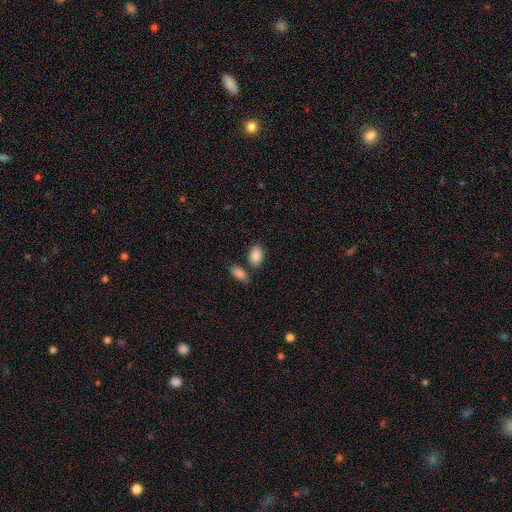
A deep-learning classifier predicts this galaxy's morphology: A smooth galaxy with no disk features (88%) that is in between round and cigar-shaped (90%). Merging: none (69%).